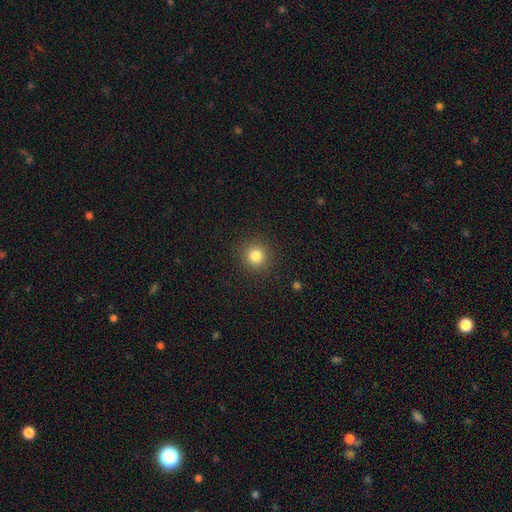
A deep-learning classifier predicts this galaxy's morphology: This appears to be a smooth galaxy with no disk features (82%) that is round (93%). Merging: none (91%).